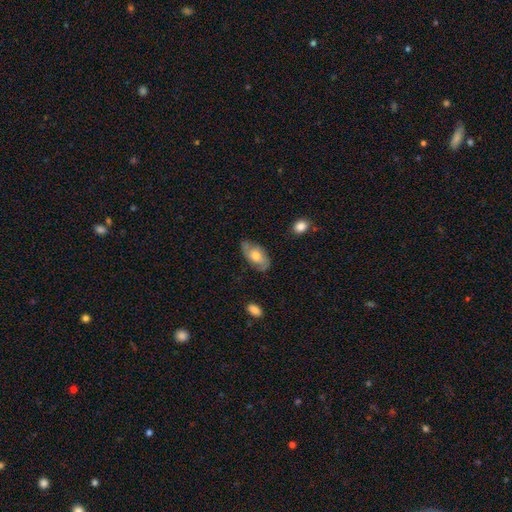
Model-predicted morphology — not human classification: This appears to be a featured or disk galaxy (49%). Merging: none (70%).